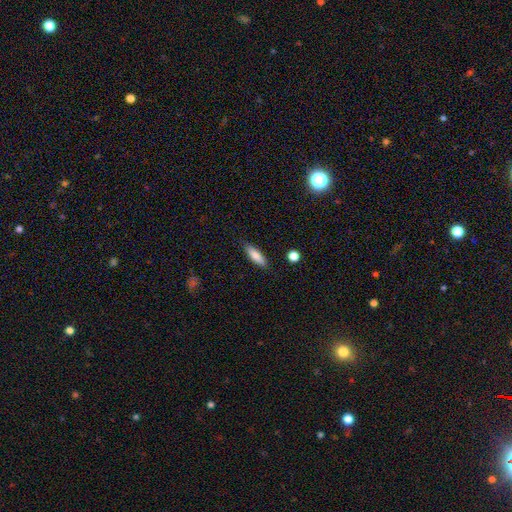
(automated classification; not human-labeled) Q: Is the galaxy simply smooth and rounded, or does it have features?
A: smooth — 80%.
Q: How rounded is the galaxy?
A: cigar-shaped — 57%.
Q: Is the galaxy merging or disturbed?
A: none — 86%.